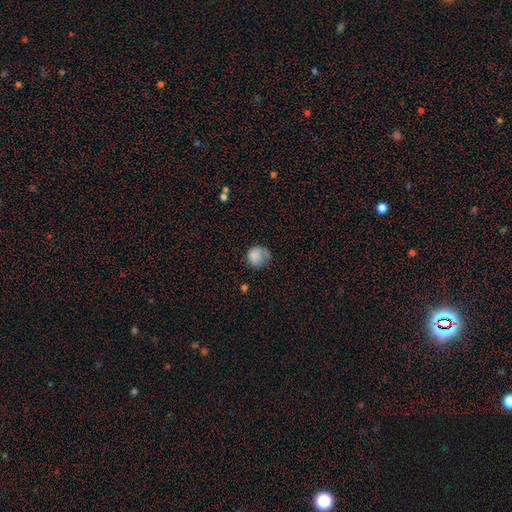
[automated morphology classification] A smooth galaxy with no disk features (80%) that is round (82%). Merging: none (50%).